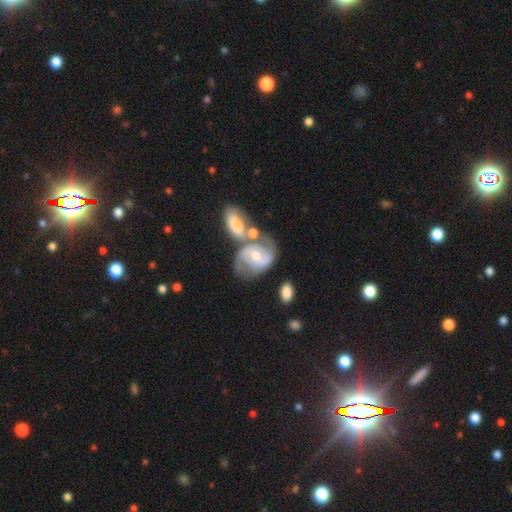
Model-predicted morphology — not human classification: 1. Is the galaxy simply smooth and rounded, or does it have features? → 80% featured or disk, 15% smooth, 5% star or artifact.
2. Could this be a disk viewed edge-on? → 97% no, 3% yes.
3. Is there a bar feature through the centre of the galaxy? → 48% no, 38% weak, 13% strong.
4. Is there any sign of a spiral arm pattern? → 93% yes, 7% no.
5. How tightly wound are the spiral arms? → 52% medium, 24% tight, 24% loose.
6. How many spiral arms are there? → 85% 2, 7% can't tell, 4% 3, 2% 1, 1% 4, 1% more than 4.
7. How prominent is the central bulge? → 57% moderate, 37% small, 4% large, 2% none, 1% dominant.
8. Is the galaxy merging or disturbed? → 41% none, 33% merger, 17% minor disturbance, 9% major disturbance.